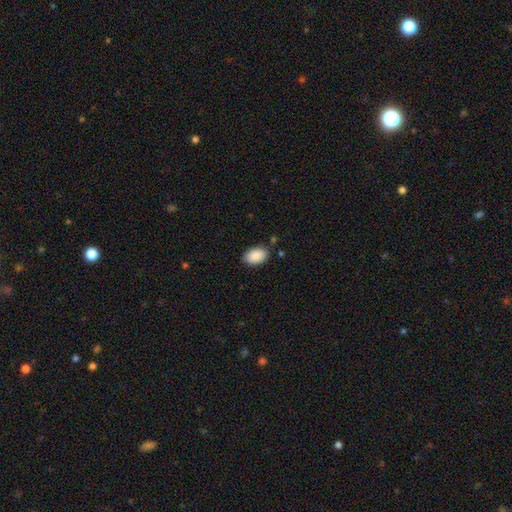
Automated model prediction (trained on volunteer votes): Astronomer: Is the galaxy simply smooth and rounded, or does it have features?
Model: smooth — 90%.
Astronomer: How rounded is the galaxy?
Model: in between — 91%.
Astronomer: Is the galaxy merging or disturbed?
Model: none — 84%.